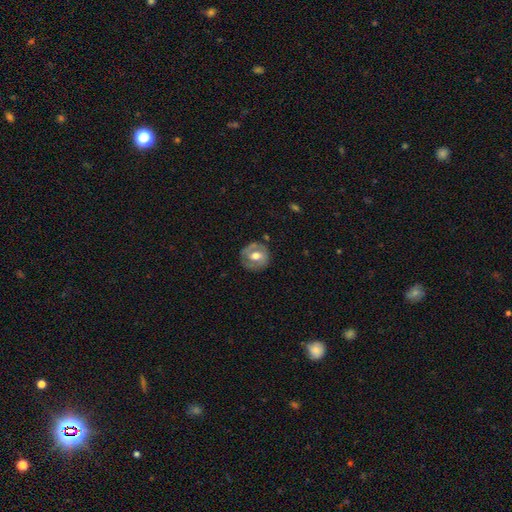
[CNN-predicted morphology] smooth_or_featured: featured or disk (p=0.58) [alt: smooth p=0.36]
disk_edge_on: no (p=0.96) [alt: yes p=0.04]
bar: no (p=0.44) [alt: weak p=0.39]
has_spiral_arms: yes (p=0.54) [alt: no p=0.46]
bulge_size: moderate (p=0.72) [alt: large p=0.18]
merging: none (p=0.80) [alt: minor disturbance p=0.14]